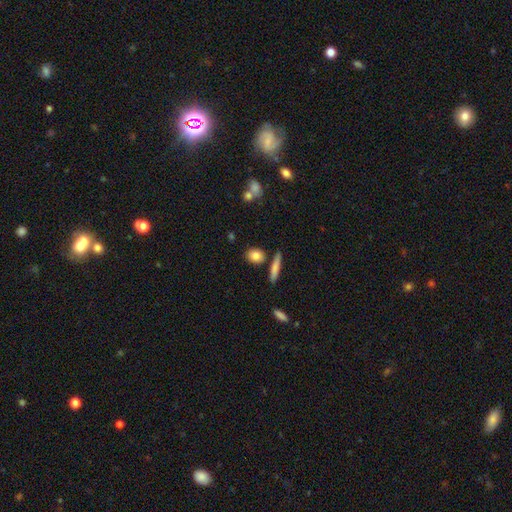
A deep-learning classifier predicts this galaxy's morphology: smooth_or_featured: smooth (p=0.84) [alt: featured or disk p=0.09]
how_rounded: round (p=0.49) [alt: in between p=0.43]
merging: none (p=0.78) [alt: minor disturbance p=0.11]